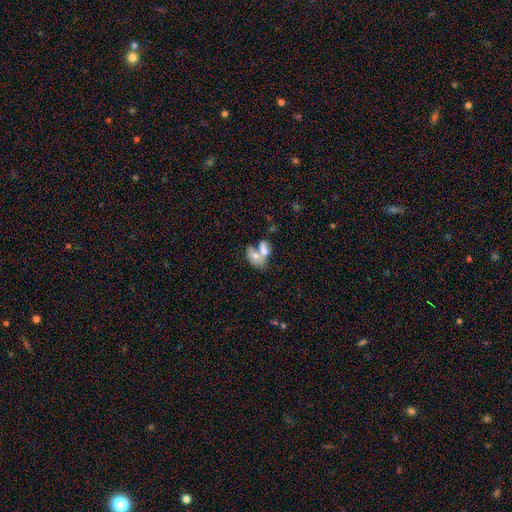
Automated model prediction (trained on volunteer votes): Morphology: type=smooth (67%); roundness=in between (80%); merging=merger (65%).